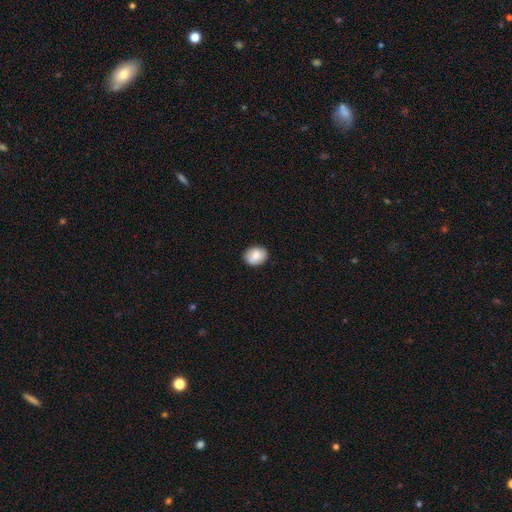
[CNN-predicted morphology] The model was most divided on "how rounded": in between: 52%, round: 47%, cigar-shaped: 1%. More confident: merging — none (89%); smooth or featured — smooth (83%).